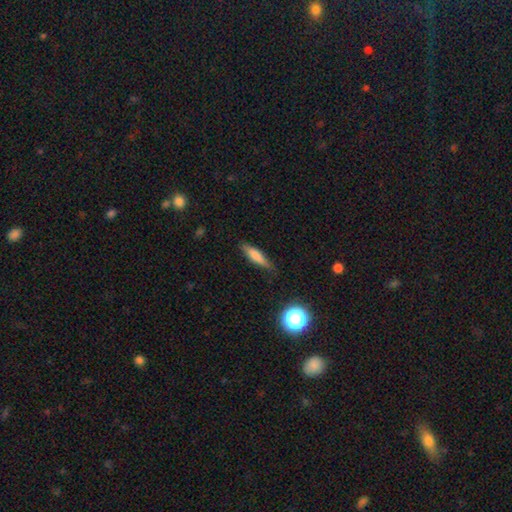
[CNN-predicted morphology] Smooth or featured?
  - smooth: 71% *
  - featured or disk: 20%
  - star or artifact: 9%
How rounded?
  - cigar-shaped: 71% *
  - in between: 26%
  - round: 2%
Merging?
  - none: 76% *
  - minor disturbance: 19%
  - major disturbance: 4%
  - merger: 2%